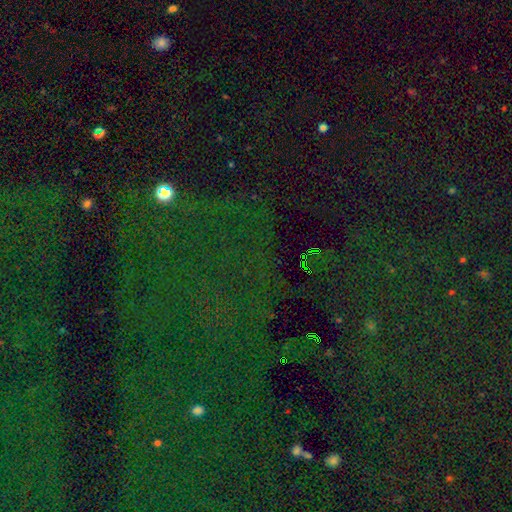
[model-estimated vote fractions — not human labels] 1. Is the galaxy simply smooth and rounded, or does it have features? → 82% star or artifact, 11% smooth, 7% featured or disk.